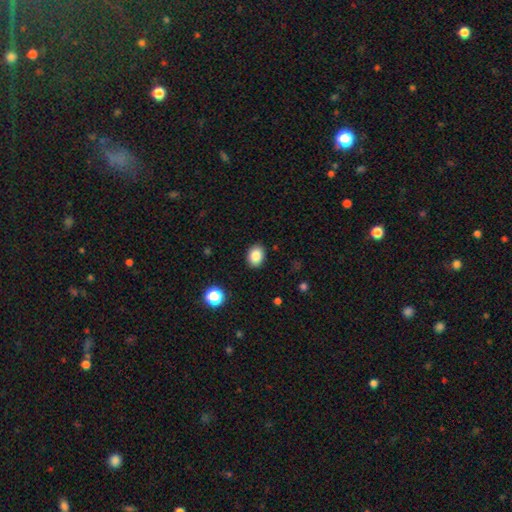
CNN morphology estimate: Smooth or featured?
  - smooth: 86% *
  - star or artifact: 10%
  - featured or disk: 5%
How rounded?
  - in between: 64% *
  - round: 35%
  - cigar-shaped: 1%
Merging?
  - none: 89% *
  - minor disturbance: 8%
  - major disturbance: 2%
  - merger: 1%